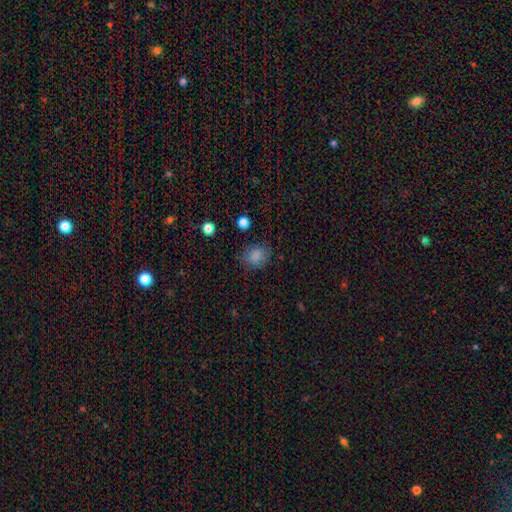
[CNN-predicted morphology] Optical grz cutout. It shows a smooth galaxy with no disk features (82%) that is round (64%). Merging: none (74%).